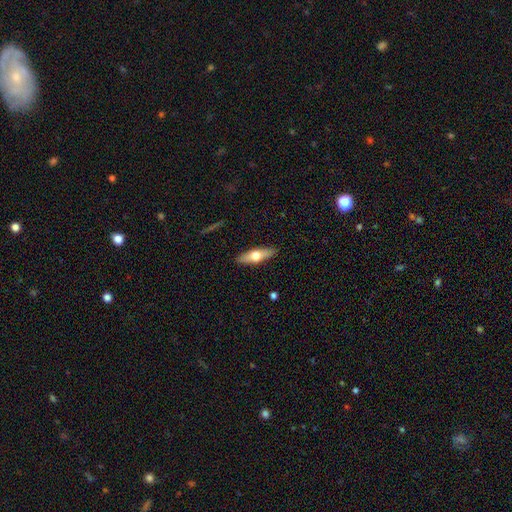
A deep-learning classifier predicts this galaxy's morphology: A smooth galaxy with no disk features (49%).

Vote fractions:
- Smooth or featured? smooth: 49% / featured or disk: 45% / star or artifact: 6%
- Merging? none: 89% / minor disturbance: 8% / major disturbance: 2% / merger: 1%